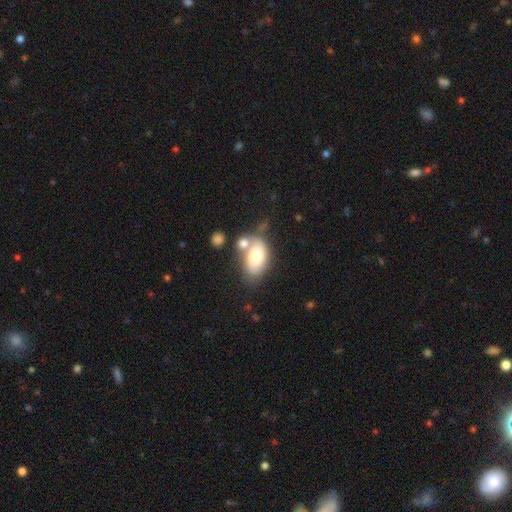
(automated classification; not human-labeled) This appears to be a smooth galaxy with no disk features (69%) that is in between round and cigar-shaped (89%). Merging: none (39%).